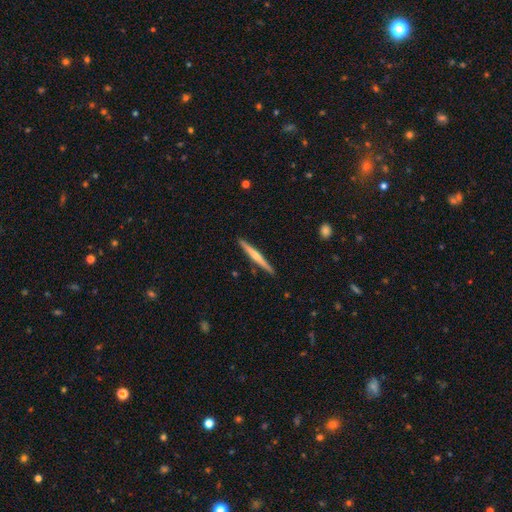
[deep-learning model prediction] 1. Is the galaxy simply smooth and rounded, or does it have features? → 52% featured or disk, 43% smooth, 5% star or artifact.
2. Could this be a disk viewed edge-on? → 98% yes, 2% no.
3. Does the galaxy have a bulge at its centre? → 46% none, 45% rounded, 9% boxy.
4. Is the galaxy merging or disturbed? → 91% none, 6% minor disturbance, 1% merger, 1% major disturbance.